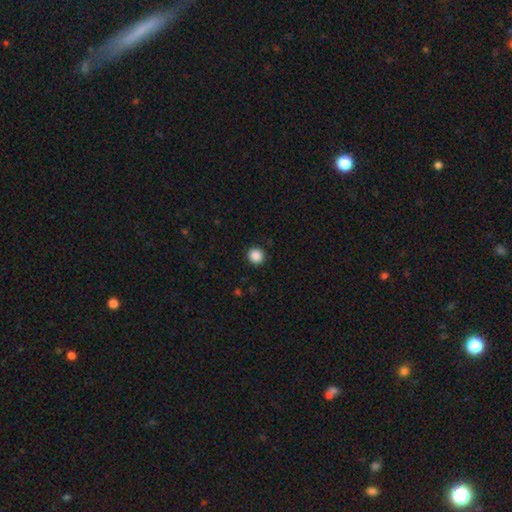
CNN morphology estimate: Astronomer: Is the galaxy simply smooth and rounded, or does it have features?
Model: smooth — 88%.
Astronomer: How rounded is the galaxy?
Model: round — 93%.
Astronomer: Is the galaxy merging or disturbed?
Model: none — 92%.